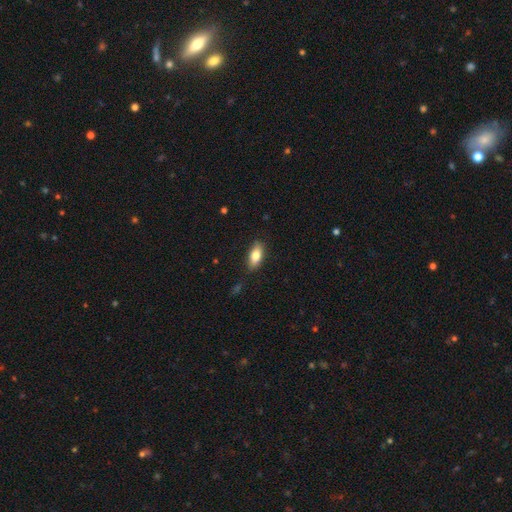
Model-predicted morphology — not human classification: smooth_or_featured: smooth (p=0.79) [alt: featured or disk p=0.14]
how_rounded: in between (p=0.84) [alt: cigar-shaped p=0.12]
merging: none (p=0.82) [alt: minor disturbance p=0.14]